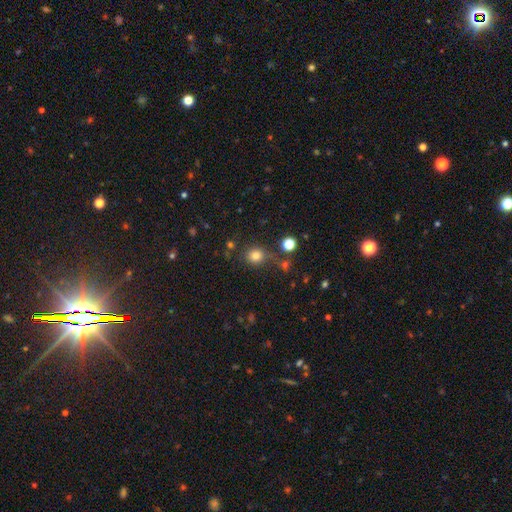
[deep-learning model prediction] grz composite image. It shows a smooth galaxy with no disk features (79%) that is round (84%). Merging: none (71%).